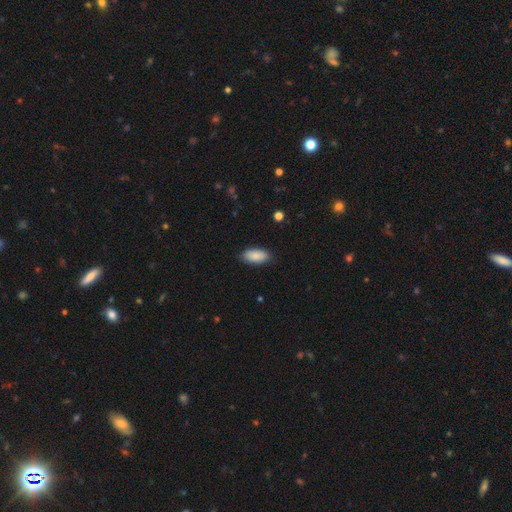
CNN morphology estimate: Q: Smooth or featured?
A: smooth (89%); runner-up: star or artifact (6%)
Q: How rounded?
A: in between (92%); runner-up: cigar-shaped (6%)
Q: Merging?
A: none (86%); runner-up: minor disturbance (11%)